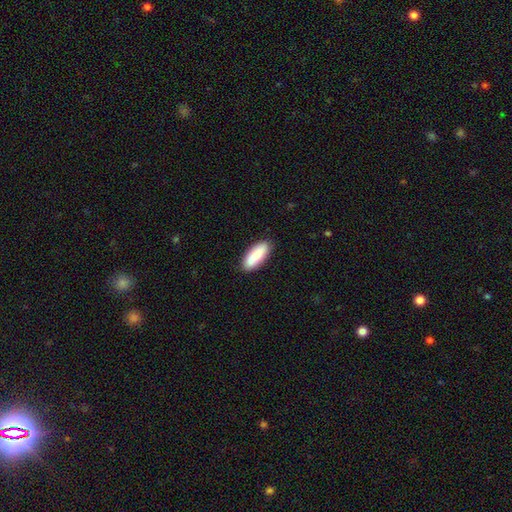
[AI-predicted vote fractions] smooth 84%, featured or disk 11%, star or artifact 6%. Down the decision tree: how rounded — in between (70%); merging — none (86%).